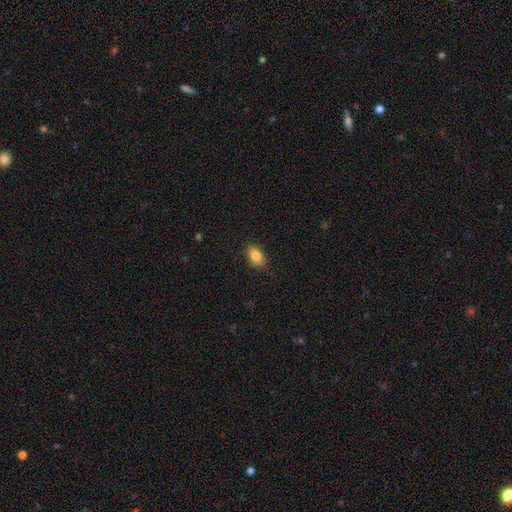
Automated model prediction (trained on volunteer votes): smooth 85%, star or artifact 8%, featured or disk 7%. Down the decision tree: how rounded — in between (88%); merging — none (84%).